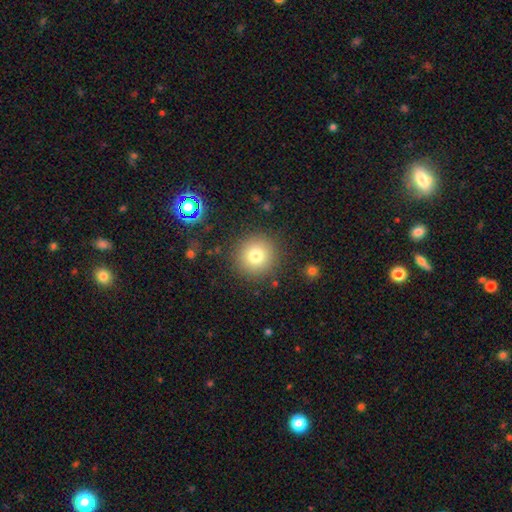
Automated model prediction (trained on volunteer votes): The model was most divided on "smooth or featured": smooth: 77%, star or artifact: 13%, featured or disk: 10%. More confident: how rounded — round (94%); merging — none (88%).